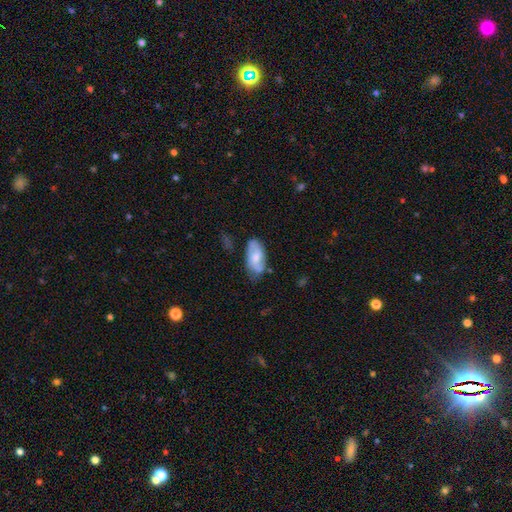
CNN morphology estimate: Q: Smooth or featured?
A: smooth (49%); runner-up: featured or disk (44%)
Q: Merging?
A: none (67%); runner-up: minor disturbance (24%)